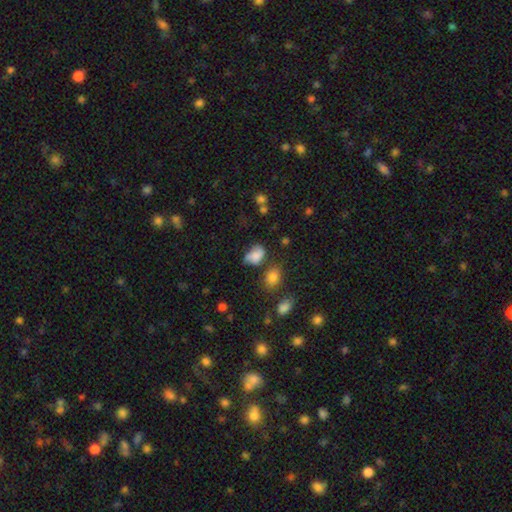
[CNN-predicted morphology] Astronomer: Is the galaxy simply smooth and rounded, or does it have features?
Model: smooth — 70%.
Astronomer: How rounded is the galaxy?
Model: in between — 78%.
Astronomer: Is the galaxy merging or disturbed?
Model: none — 42% (runner-up: minor disturbance, 30%).